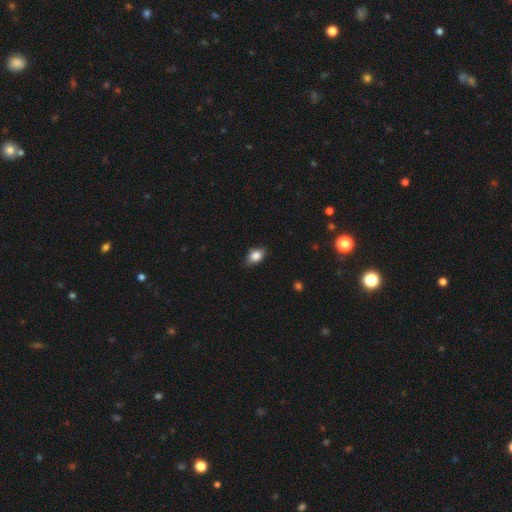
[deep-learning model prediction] Q: Smooth or featured?
A: smooth (85%); runner-up: star or artifact (8%)
Q: How rounded?
A: in between (83%); runner-up: round (15%)
Q: Merging?
A: none (80%); runner-up: minor disturbance (16%)